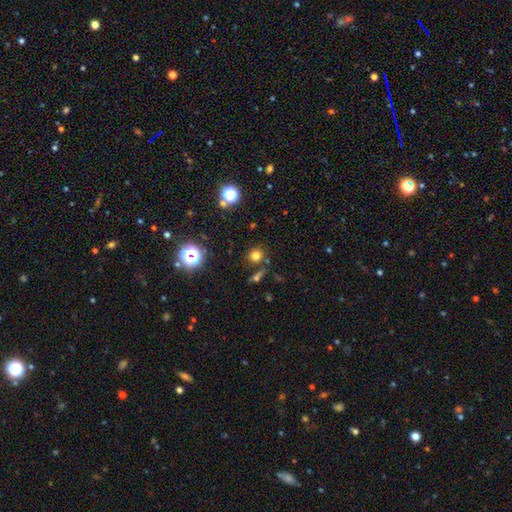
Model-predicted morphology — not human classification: smooth_or_featured: smooth (p=0.73) [alt: star or artifact p=0.20]
how_rounded: round (p=0.87) [alt: in between p=0.11]
merging: none (p=0.80) [alt: minor disturbance p=0.09]